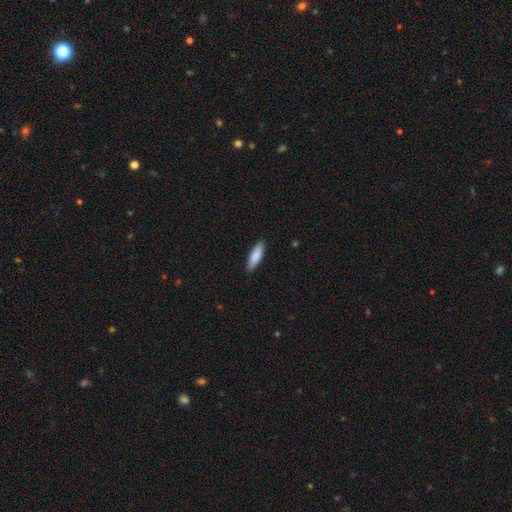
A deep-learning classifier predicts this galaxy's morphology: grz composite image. It shows a smooth galaxy with no disk features (86%) that is cigar-shaped (57%). Merging: none (88%).